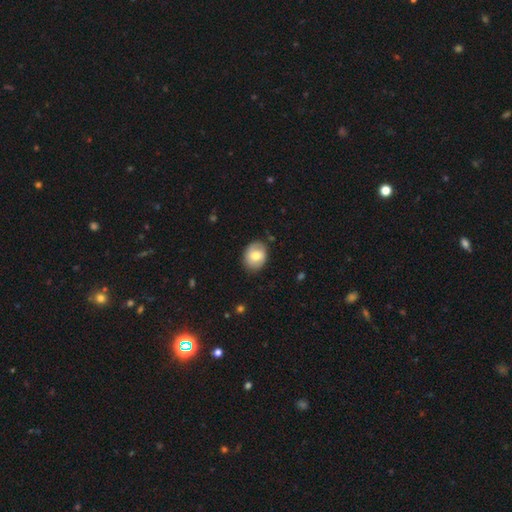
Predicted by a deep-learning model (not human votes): smooth_or_featured: smooth (p=0.67) [alt: featured or disk p=0.26]
how_rounded: round (p=0.51) [alt: in between p=0.48]
merging: none (p=0.79) [alt: minor disturbance p=0.16]